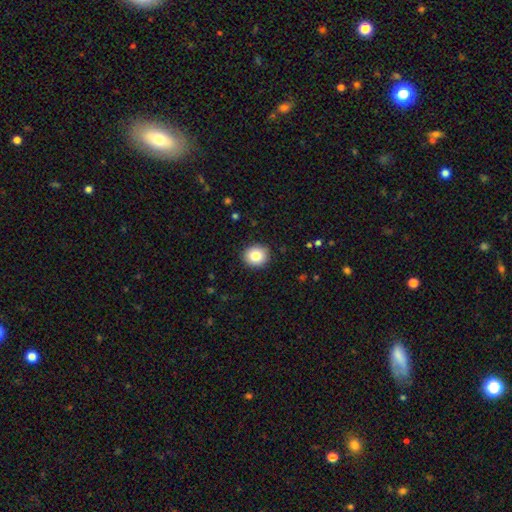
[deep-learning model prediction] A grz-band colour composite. It shows a smooth galaxy with no disk features (83%) that is round (84%). Merging: none (91%).